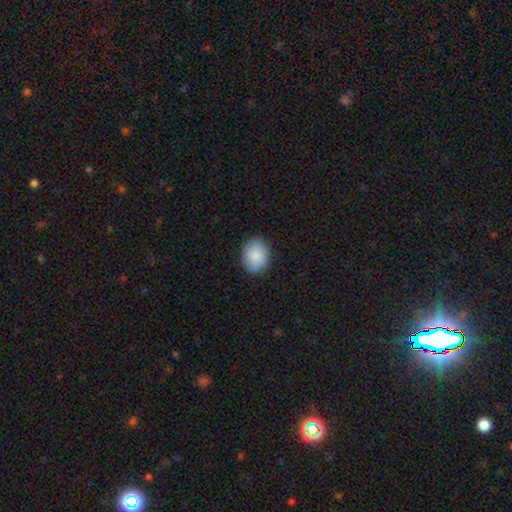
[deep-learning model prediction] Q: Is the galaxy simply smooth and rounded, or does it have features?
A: smooth — 89%.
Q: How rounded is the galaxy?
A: in between — 60%.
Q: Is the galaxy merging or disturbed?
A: none — 88%.